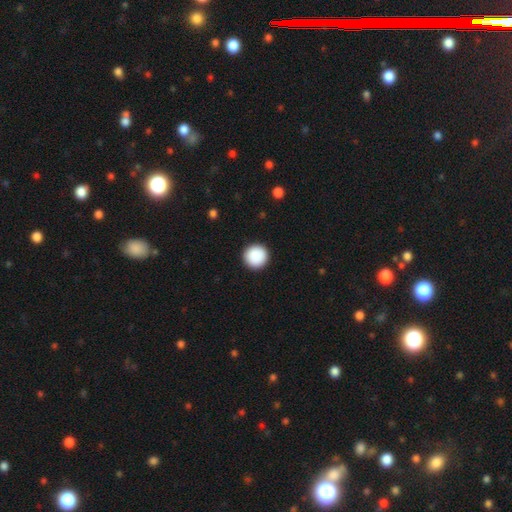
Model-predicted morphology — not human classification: This is clearly a smooth galaxy (89%). How rounded: clearly round (97%). Merging: clearly none (93%).